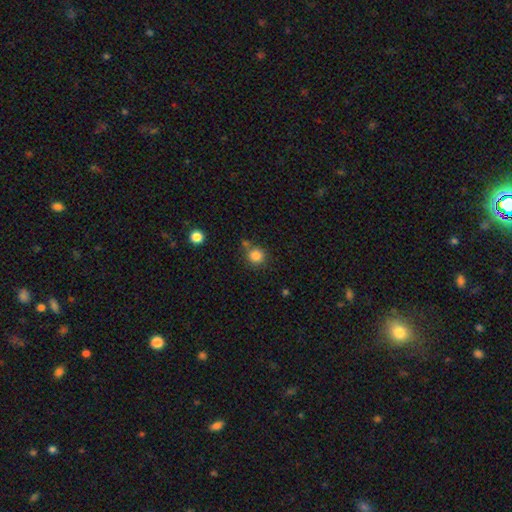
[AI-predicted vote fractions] Smooth or featured? Predicted: smooth (p=0.84). How rounded? Predicted: round (p=0.91). Merging? Predicted: none (p=0.72).